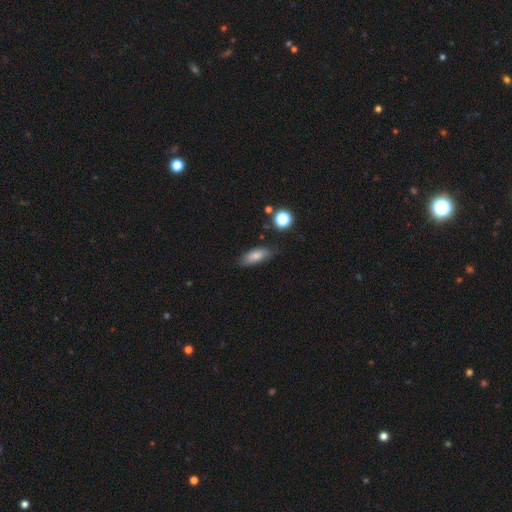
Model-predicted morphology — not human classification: smooth-or-featured: smooth: 80% | featured or disk: 11% | star or artifact: 9%
  how-rounded: in between: 75% | cigar-shaped: 21% | round: 3%
  merging: none: 76% | minor disturbance: 18% | major disturbance: 4% | merger: 3%